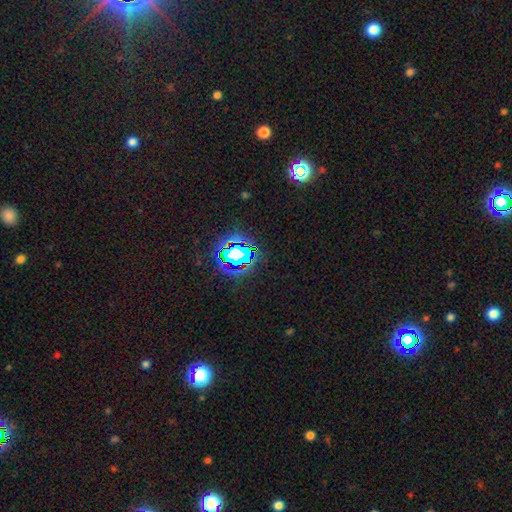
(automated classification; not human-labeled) Q: Smooth or featured?
A: star or artifact (79%); runner-up: smooth (13%)